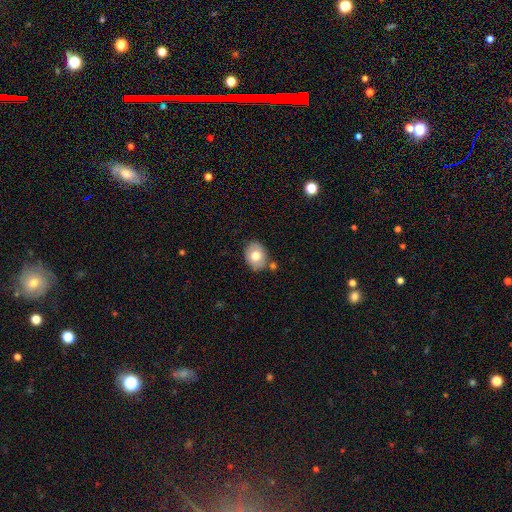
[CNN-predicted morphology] Smooth or featured?
  - smooth: 72% *
  - featured or disk: 21%
  - star or artifact: 8%
How rounded?
  - in between: 66% *
  - round: 34%
  - cigar-shaped: 1%
Merging?
  - none: 75% *
  - minor disturbance: 14%
  - merger: 8%
  - major disturbance: 3%